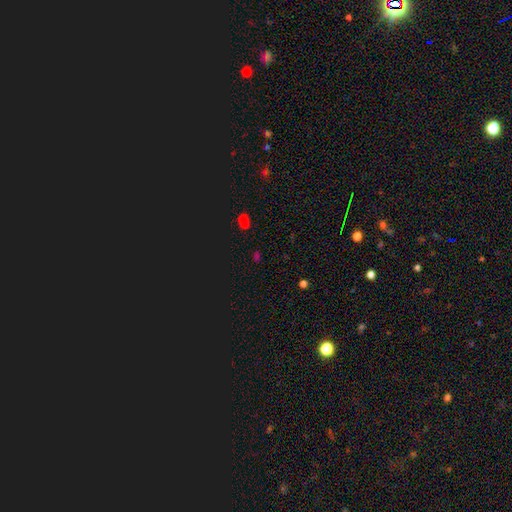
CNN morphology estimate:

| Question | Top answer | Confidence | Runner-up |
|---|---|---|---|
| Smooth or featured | star or artifact | 51% | smooth (40%) |